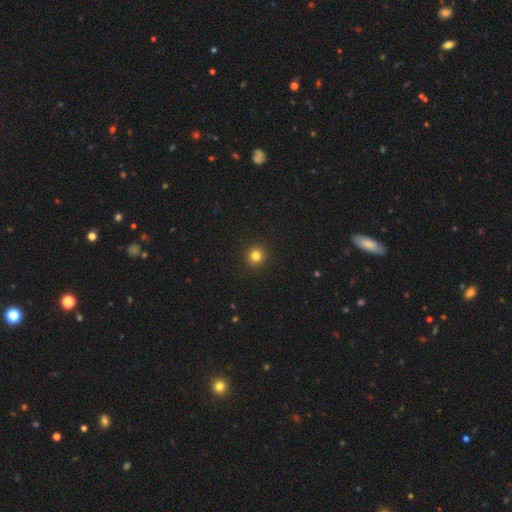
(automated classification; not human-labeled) Smooth or featured? smooth (82%)
How rounded? round (95%)
Merging? none (93%)